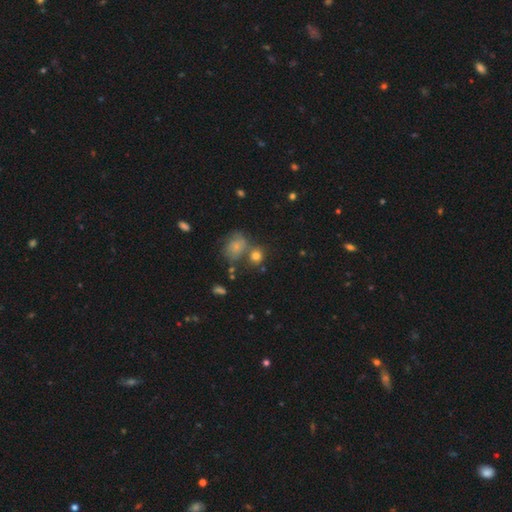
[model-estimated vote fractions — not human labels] Smooth or featured: smooth — 77% (star or artifact — 13%)
How rounded: round — 80% (in between — 19%)
Merging: none — 58% (merger — 25%)